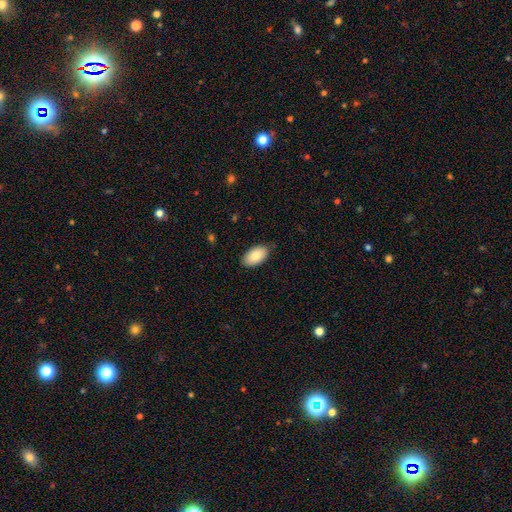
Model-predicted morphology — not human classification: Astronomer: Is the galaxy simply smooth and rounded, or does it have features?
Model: smooth — 82%.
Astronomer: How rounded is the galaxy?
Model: in between — 95%.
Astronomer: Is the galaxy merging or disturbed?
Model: none — 84%.